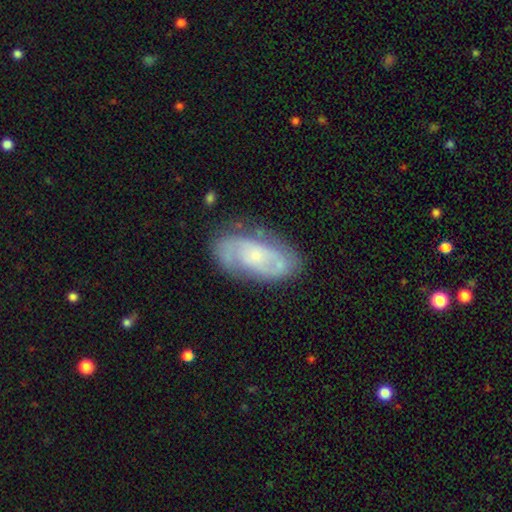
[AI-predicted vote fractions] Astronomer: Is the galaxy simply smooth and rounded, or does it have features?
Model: featured or disk — 73%.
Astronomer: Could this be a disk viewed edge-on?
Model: no — 95%.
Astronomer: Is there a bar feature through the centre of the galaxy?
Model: no — 71%.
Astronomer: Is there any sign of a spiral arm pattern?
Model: yes — 83%.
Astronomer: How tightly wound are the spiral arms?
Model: tight — 47% (runner-up: medium, 38%).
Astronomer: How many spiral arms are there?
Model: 2 — 56%.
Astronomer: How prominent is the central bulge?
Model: small — 70%.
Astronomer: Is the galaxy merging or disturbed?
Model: none — 69%.